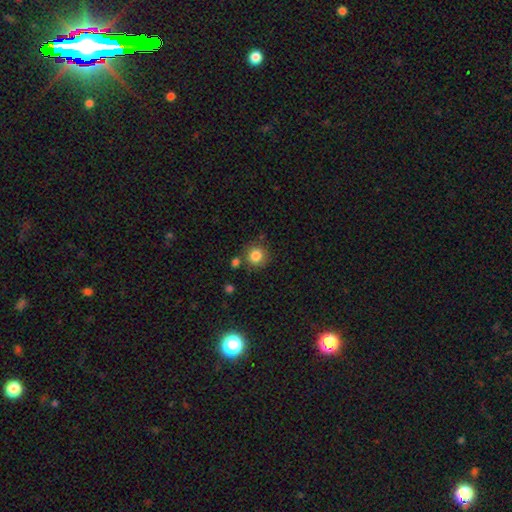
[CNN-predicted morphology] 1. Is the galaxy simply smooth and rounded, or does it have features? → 84% smooth, 10% star or artifact, 6% featured or disk.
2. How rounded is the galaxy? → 90% round, 9% in between, 1% cigar-shaped.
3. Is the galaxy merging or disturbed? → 78% none, 11% minor disturbance, 8% merger, 3% major disturbance.